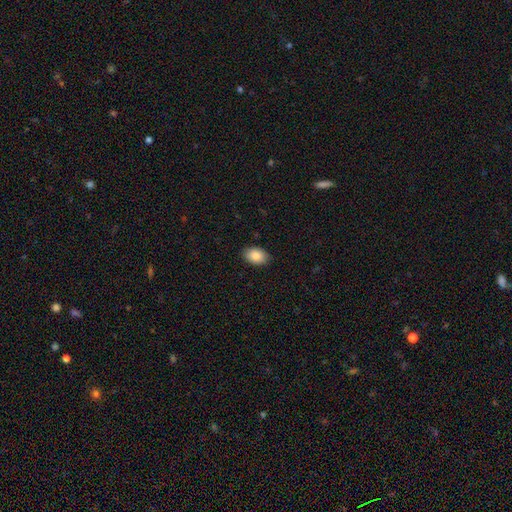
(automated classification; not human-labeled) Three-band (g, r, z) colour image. It shows a smooth galaxy with no disk features (87%) that is in between round and cigar-shaped (86%). Merging: none (88%).